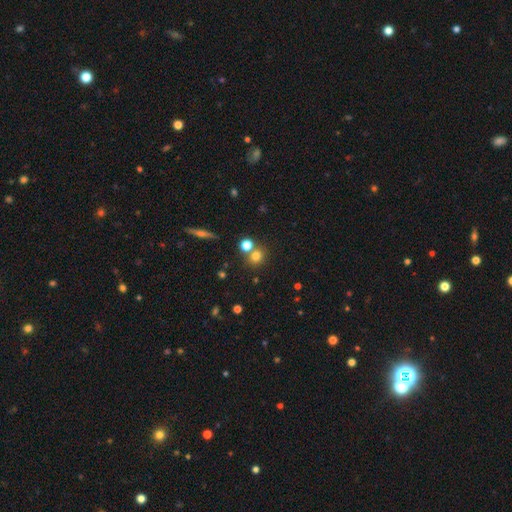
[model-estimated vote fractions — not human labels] Morphology: type=smooth (73%); roundness=round (84%); merging=none (63%).